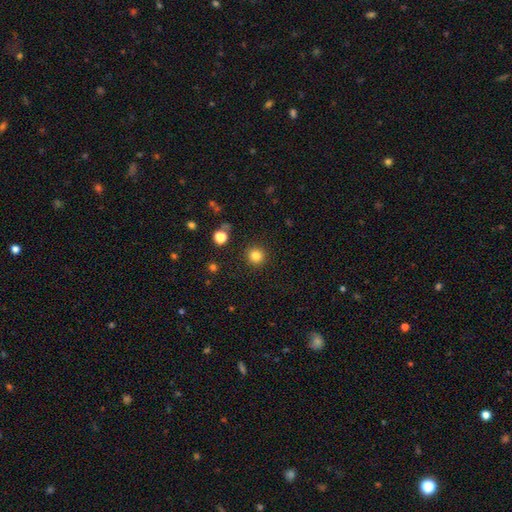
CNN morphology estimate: Smooth or featured?
  - smooth: 83% *
  - star or artifact: 12%
  - featured or disk: 5%
How rounded?
  - round: 94% *
  - in between: 5%
  - cigar-shaped: 1%
Merging?
  - none: 91% *
  - minor disturbance: 6%
  - major disturbance: 2%
  - merger: 1%